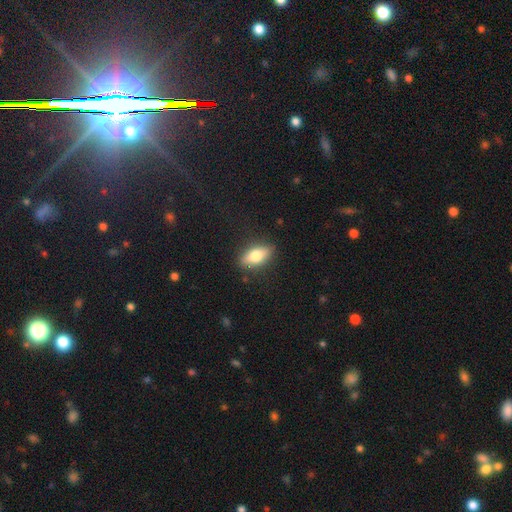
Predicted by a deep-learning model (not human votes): Overall: smooth (68%). How rounded: in between (76%). Merging: none (86%).